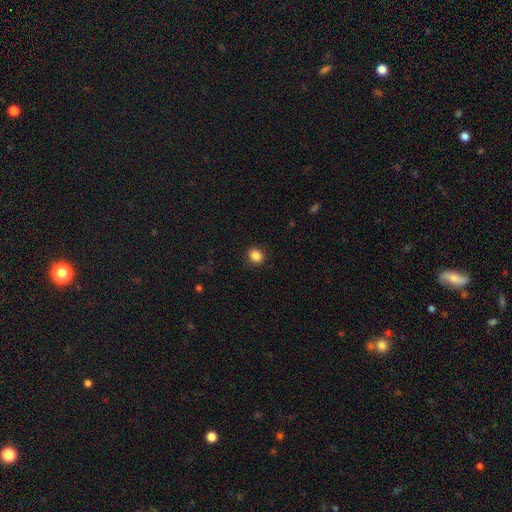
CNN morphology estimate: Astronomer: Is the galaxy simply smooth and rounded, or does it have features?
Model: smooth — 86%.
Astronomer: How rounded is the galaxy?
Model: round — 69%.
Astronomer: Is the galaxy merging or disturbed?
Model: none — 90%.